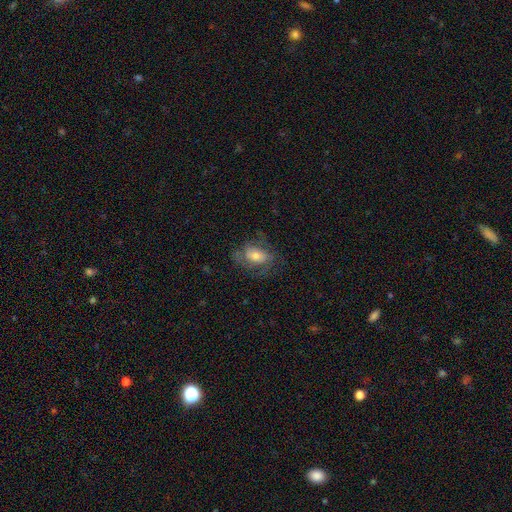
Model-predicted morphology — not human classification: A featured or disk galaxy (50%).

Vote fractions:
- Smooth or featured? featured or disk: 50% / smooth: 41% / star or artifact: 10%
- Merging? none: 61% / minor disturbance: 21% / major disturbance: 16% / merger: 1%